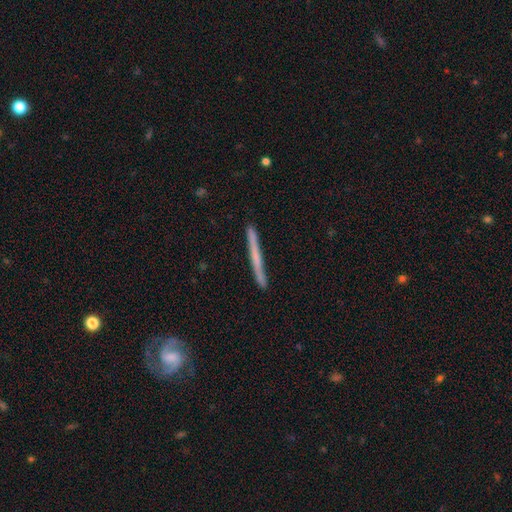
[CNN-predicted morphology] A featured or disk galaxy (49%).

Vote fractions:
- Smooth or featured? featured or disk: 49% / smooth: 45% / star or artifact: 6%
- Merging? none: 90% / minor disturbance: 7% / major disturbance: 1% / merger: 1%